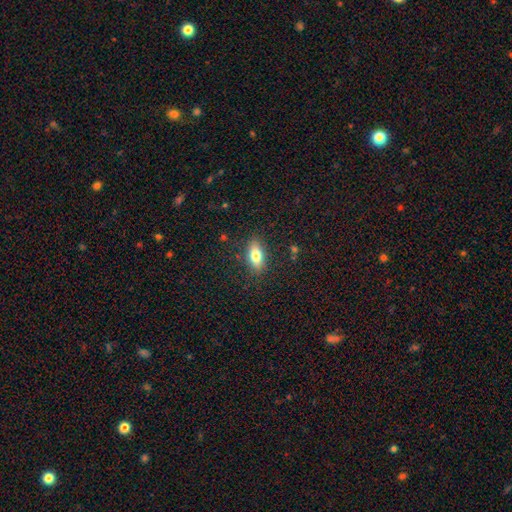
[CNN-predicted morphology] smooth_or_featured: smooth (p=0.76) [alt: featured or disk p=0.16]
how_rounded: in between (p=0.82) [alt: cigar-shaped p=0.13]
merging: none (p=0.85) [alt: minor disturbance p=0.11]